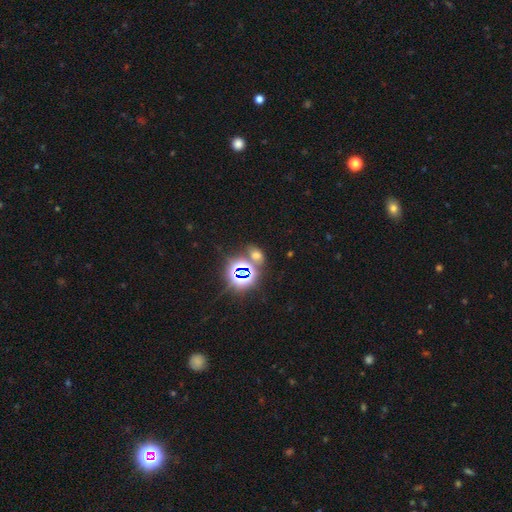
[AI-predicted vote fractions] Smooth or featured: star or artifact — 48% (smooth — 44%)